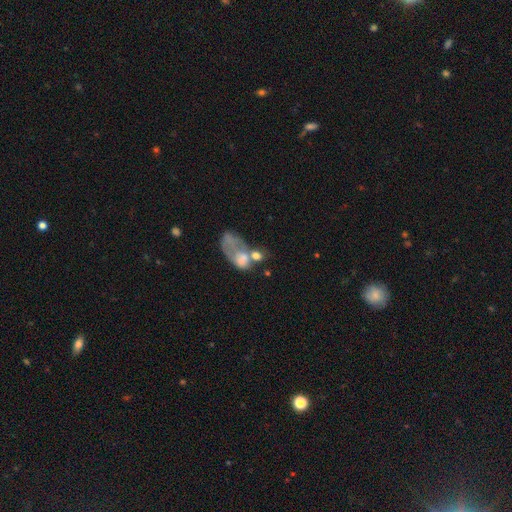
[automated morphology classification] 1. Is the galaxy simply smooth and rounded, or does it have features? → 54% smooth, 34% featured or disk, 12% star or artifact.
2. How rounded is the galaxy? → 77% in between, 20% round, 3% cigar-shaped.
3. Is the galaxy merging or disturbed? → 45% merger, 29% major disturbance, 15% none, 11% minor disturbance.